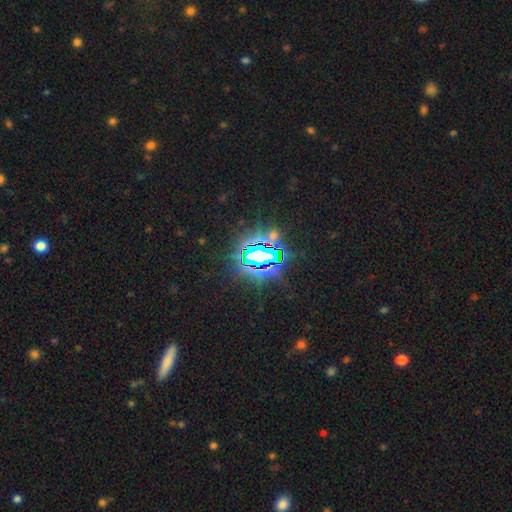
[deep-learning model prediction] Smooth or featured?
  - star or artifact: 79% *
  - featured or disk: 11%
  - smooth: 10%